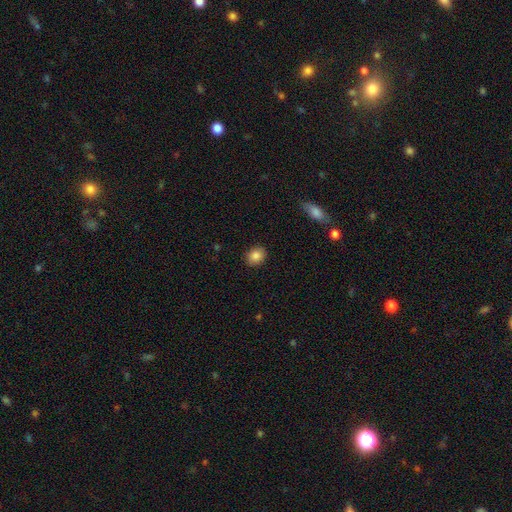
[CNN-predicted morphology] This is clearly a smooth galaxy (86%). How rounded: possibly round (57%). Merging: clearly none (89%).